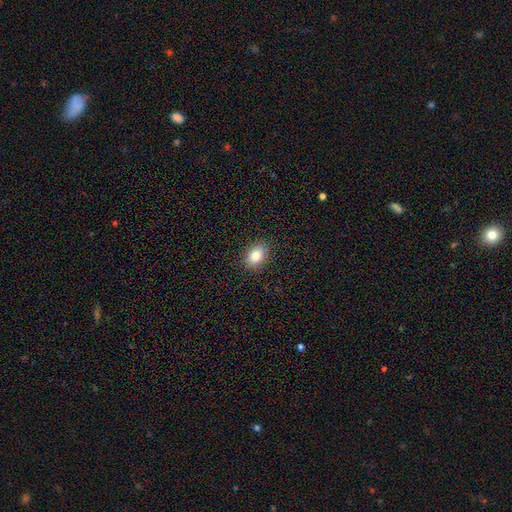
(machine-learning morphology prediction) This is clearly a smooth galaxy (84%). How rounded: clearly in between (80%). Merging: clearly none (88%).